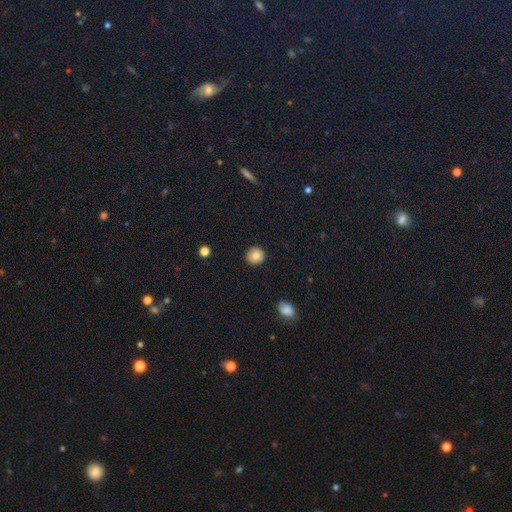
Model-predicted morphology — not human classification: Overall: smooth (78%). How rounded: round (93%). Merging: none (90%).